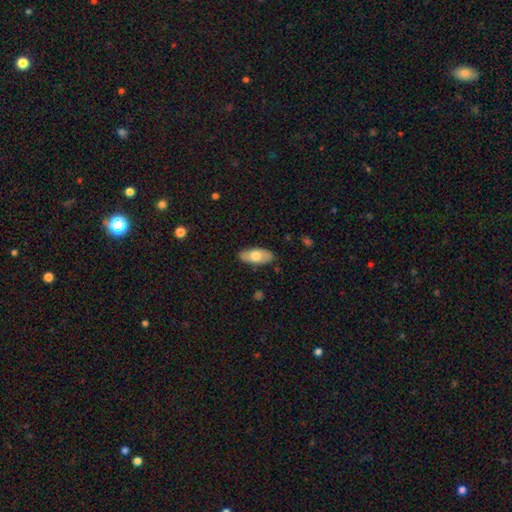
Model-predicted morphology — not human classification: This is likely a smooth galaxy (65%). How rounded: clearly in between (89%). Merging: clearly none (86%).